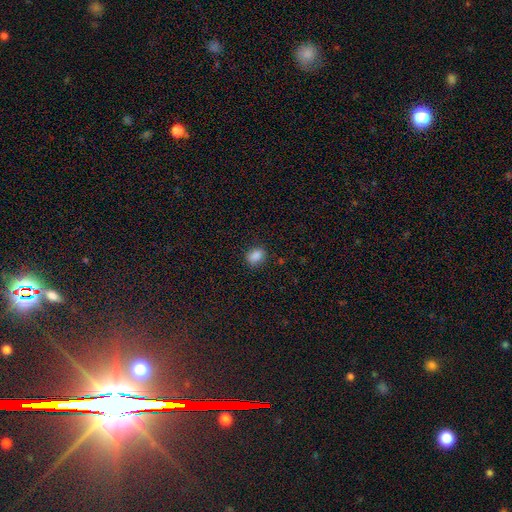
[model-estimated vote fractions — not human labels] This is clearly a smooth galaxy (87%). How rounded: likely in between (69%). Merging: clearly none (84%).